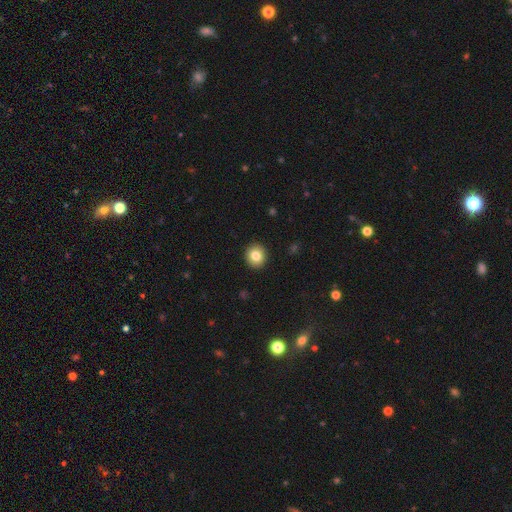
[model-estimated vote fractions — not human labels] Smooth or featured?
  - smooth: 82% *
  - star or artifact: 9%
  - featured or disk: 9%
How rounded?
  - round: 86% *
  - in between: 13%
  - cigar-shaped: 1%
Merging?
  - none: 93% *
  - minor disturbance: 5%
  - major disturbance: 2%
  - merger: 1%